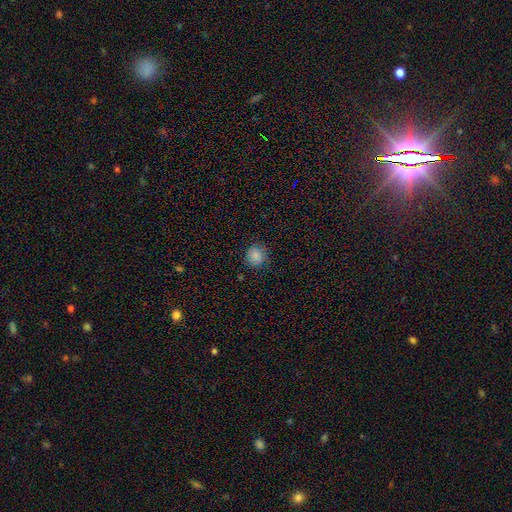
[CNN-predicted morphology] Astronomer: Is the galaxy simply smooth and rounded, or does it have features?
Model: smooth — 85%.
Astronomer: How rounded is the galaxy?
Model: round — 88%.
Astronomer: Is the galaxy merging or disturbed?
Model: none — 82%.